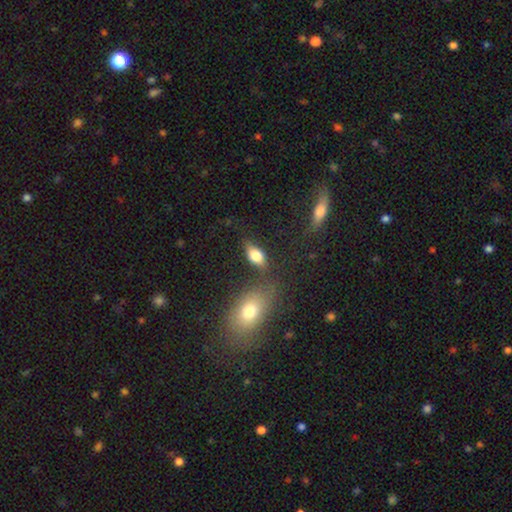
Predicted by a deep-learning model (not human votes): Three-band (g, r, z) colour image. It shows a smooth galaxy with no disk features (77%) that is in between round and cigar-shaped (87%). Merging: none (63%).